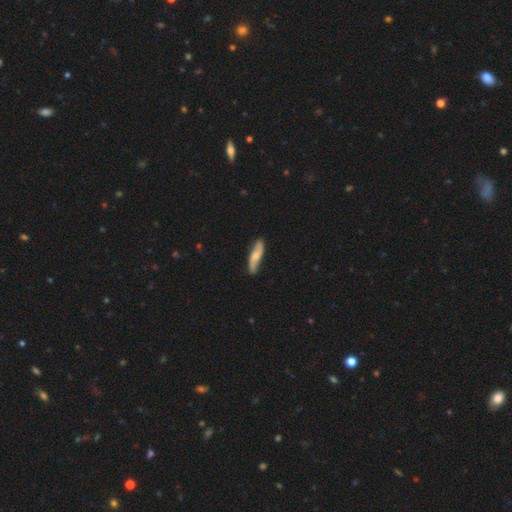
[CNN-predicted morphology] The model was most divided on "smooth or featured": featured or disk: 52%, smooth: 43%, star or artifact: 5%. More confident: merging — none (80%); edge-on disk — no (65%).